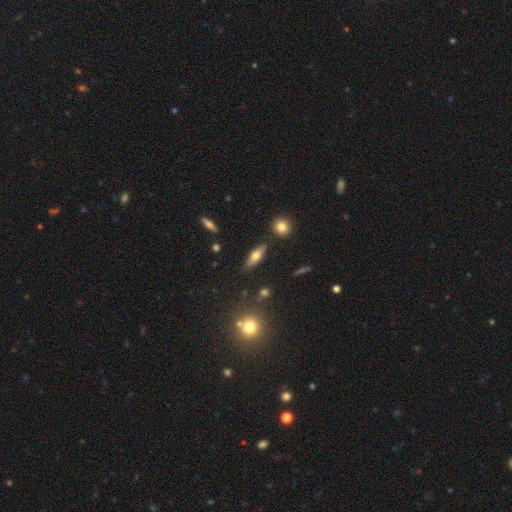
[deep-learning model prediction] Smooth or featured? smooth (52%)
How rounded? in between (49%)
Merging? none (81%)